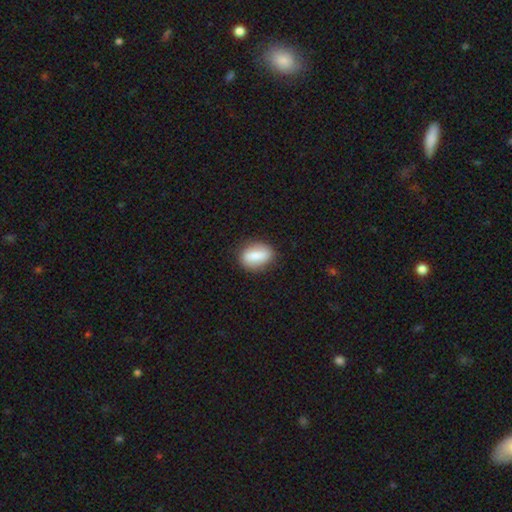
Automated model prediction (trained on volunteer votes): smooth_or_featured: smooth (p=0.77) [alt: featured or disk p=0.16]
how_rounded: in between (p=0.78) [alt: round p=0.15]
merging: none (p=0.82) [alt: minor disturbance p=0.13]